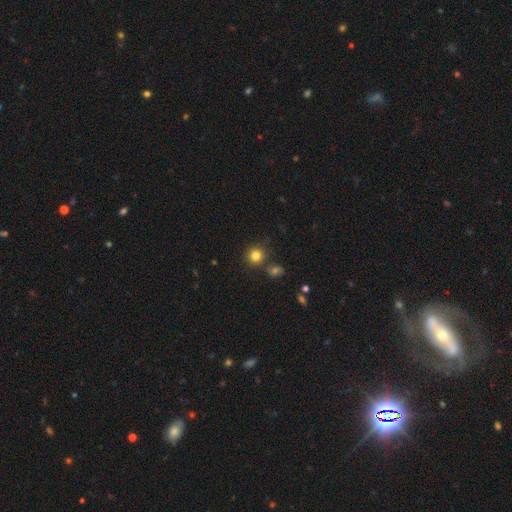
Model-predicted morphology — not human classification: Smooth or featured?
  - smooth: 81% *
  - star or artifact: 12%
  - featured or disk: 6%
How rounded?
  - round: 90% *
  - in between: 10%
  - cigar-shaped: 1%
Merging?
  - none: 79% *
  - merger: 10%
  - minor disturbance: 8%
  - major disturbance: 3%